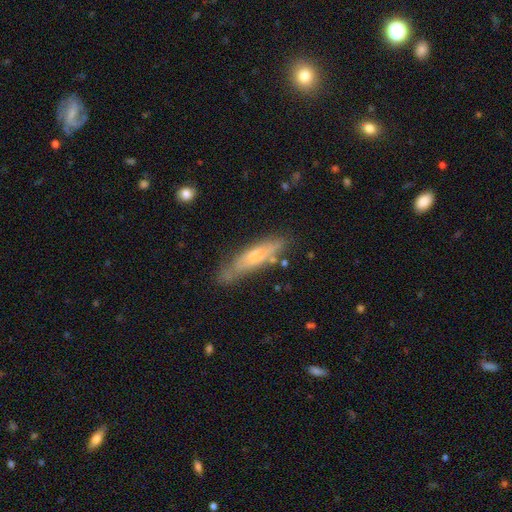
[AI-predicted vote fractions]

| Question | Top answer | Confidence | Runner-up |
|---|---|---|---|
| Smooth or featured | smooth | 52% | featured or disk (41%) |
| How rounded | cigar-shaped | 77% | in between (21%) |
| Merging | none | 69% | minor disturbance (21%) |